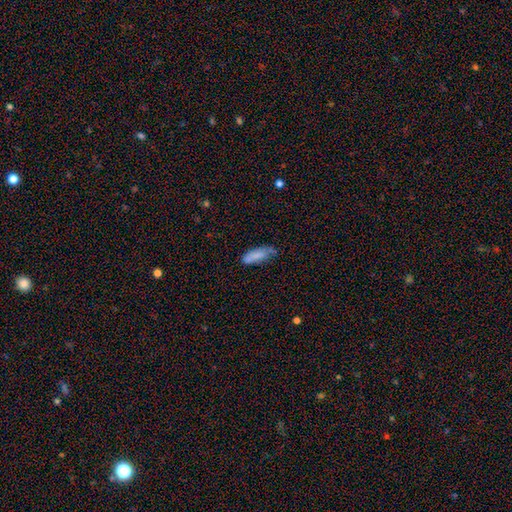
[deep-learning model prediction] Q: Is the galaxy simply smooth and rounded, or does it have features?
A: smooth — 79%.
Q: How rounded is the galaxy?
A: in between — 65%.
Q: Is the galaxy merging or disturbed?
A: none — 49%.